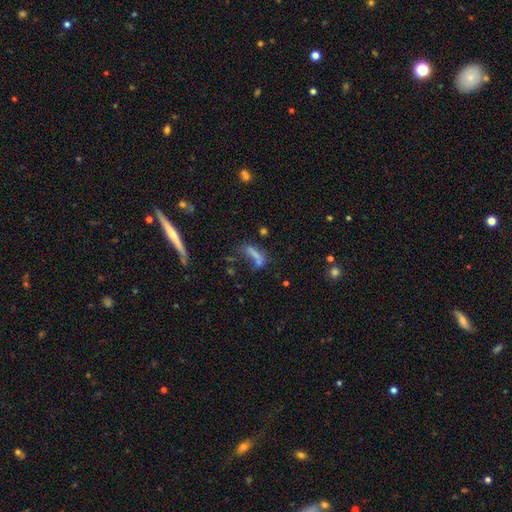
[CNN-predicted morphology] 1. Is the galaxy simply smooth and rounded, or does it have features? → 61% smooth, 21% featured or disk, 18% star or artifact.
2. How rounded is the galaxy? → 48% cigar-shaped, 46% in between, 6% round.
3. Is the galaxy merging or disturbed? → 32% none, 28% merger, 23% major disturbance, 16% minor disturbance.